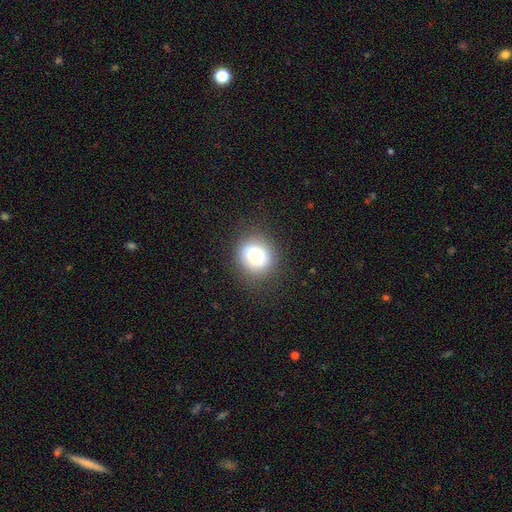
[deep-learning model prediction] Smooth or featured? Predicted: smooth (p=0.78). How rounded? Predicted: round (p=0.79). Merging? Predicted: none (p=0.82).